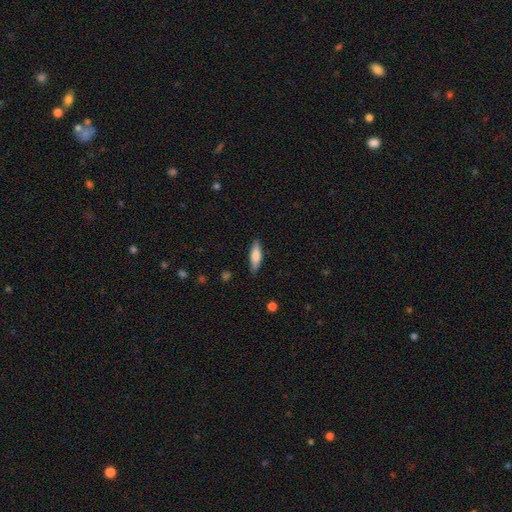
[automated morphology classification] smooth-or-featured: smooth: 71% | featured or disk: 23% | star or artifact: 6%
  how-rounded: cigar-shaped: 58% | in between: 40% | round: 2%
  merging: none: 85% | minor disturbance: 11% | major disturbance: 2% | merger: 1%